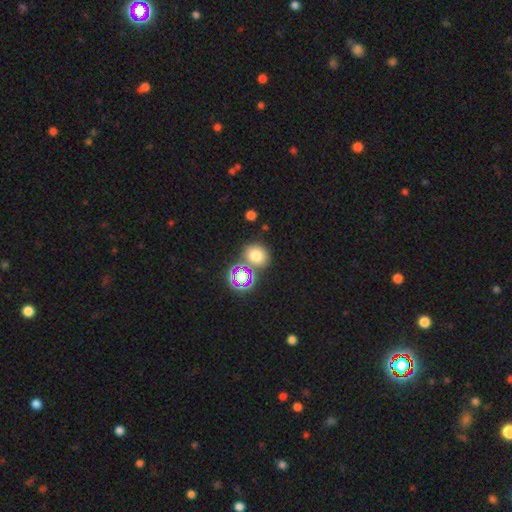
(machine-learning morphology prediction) Smooth or featured?
  - smooth: 67% *
  - star or artifact: 24%
  - featured or disk: 9%
How rounded?
  - round: 74% *
  - in between: 25%
  - cigar-shaped: 1%
Merging?
  - none: 70% *
  - merger: 16%
  - minor disturbance: 10%
  - major disturbance: 4%